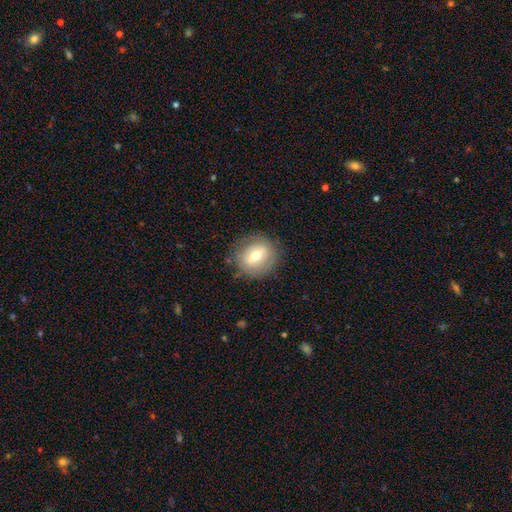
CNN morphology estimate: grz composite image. It shows a smooth galaxy with no disk features (52%) that is round (75%). Merging: none (81%).